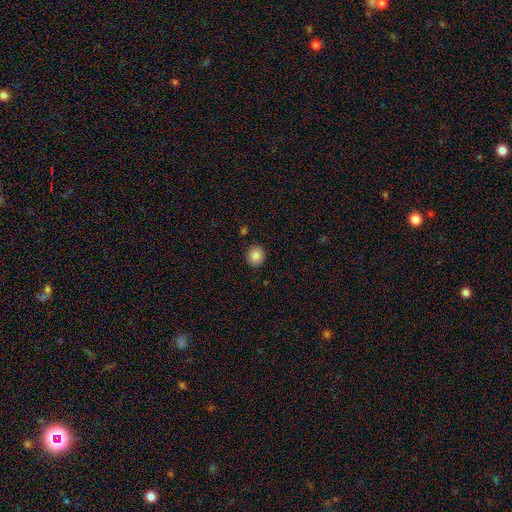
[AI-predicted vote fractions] The model was most divided on "how rounded": round: 87%, in between: 12%, cigar-shaped: 1%. More confident: merging — none (90%); smooth or featured — smooth (86%).